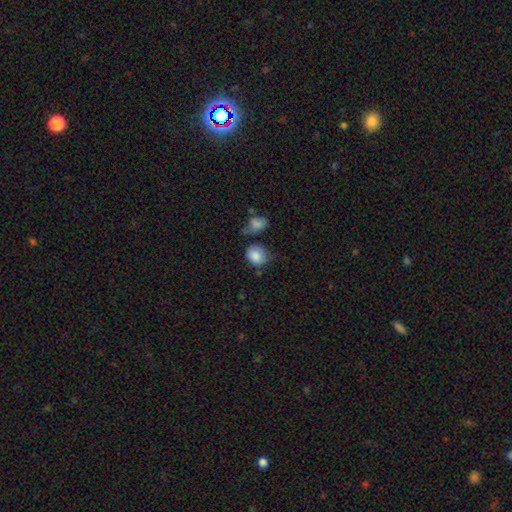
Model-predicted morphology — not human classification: smooth 86%, star or artifact 8%, featured or disk 6%. Down the decision tree: how rounded — round (67%); merging — none (52%).